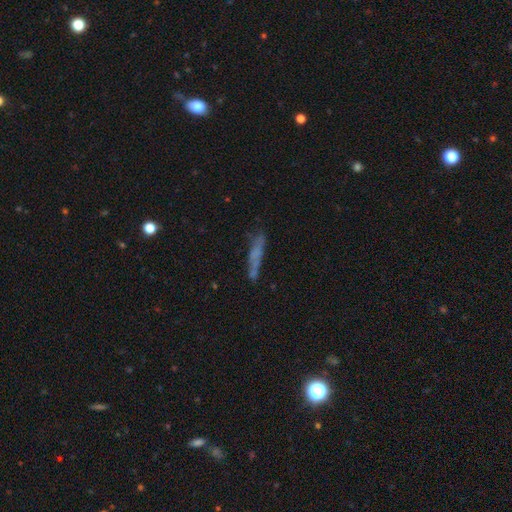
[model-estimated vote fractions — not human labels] Smooth or featured: smooth — 51% (featured or disk — 36%)
How rounded: cigar-shaped — 88% (in between — 10%)
Merging: none — 61% (minor disturbance — 21%)